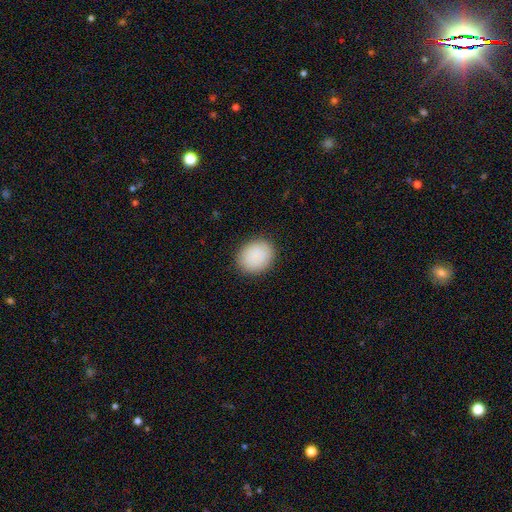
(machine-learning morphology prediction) Q: Smooth or featured?
A: smooth (89%); runner-up: star or artifact (7%)
Q: How rounded?
A: round (58%); runner-up: in between (41%)
Q: Merging?
A: none (88%); runner-up: minor disturbance (8%)